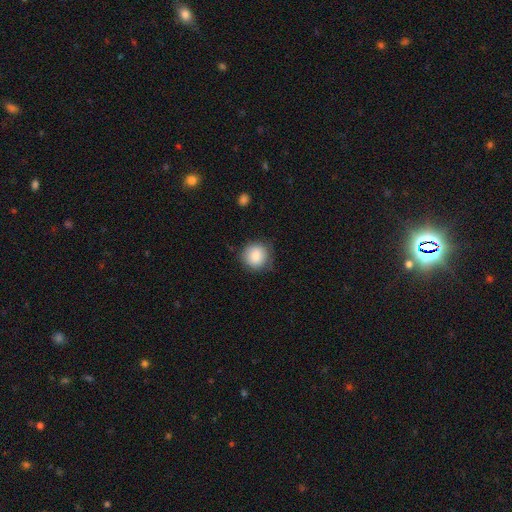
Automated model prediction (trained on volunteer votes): Smooth or featured: smooth — 85% (star or artifact — 8%)
How rounded: round — 91% (in between — 8%)
Merging: none — 77% (minor disturbance — 17%)